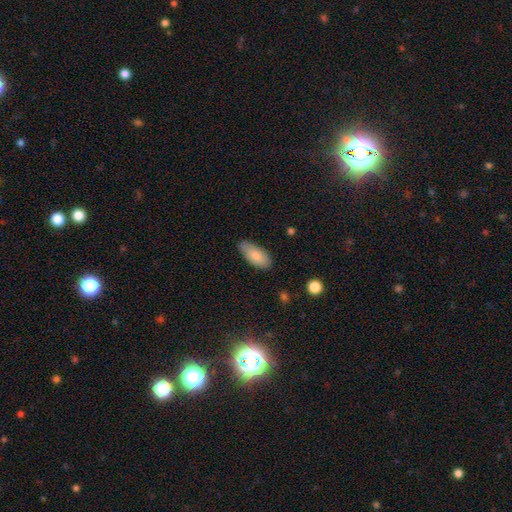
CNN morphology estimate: smooth_or_featured: smooth (p=0.84) [alt: featured or disk p=0.10]
how_rounded: in between (p=0.88) [alt: cigar-shaped p=0.10]
merging: none (p=0.76) [alt: minor disturbance p=0.19]